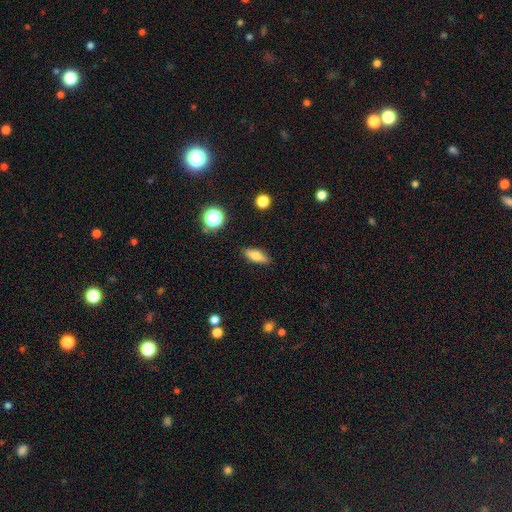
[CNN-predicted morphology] Overall: smooth (75%). How rounded: in between (63%; cigar-shaped 32%). Merging: none (87%).